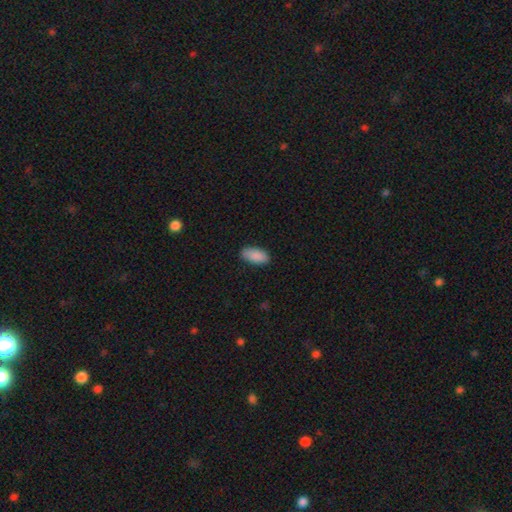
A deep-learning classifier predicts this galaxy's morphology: smooth-or-featured: smooth: 90% | star or artifact: 6% | featured or disk: 4%
  how-rounded: in between: 92% | cigar-shaped: 6% | round: 2%
  merging: none: 85% | minor disturbance: 12% | major disturbance: 2% | merger: 1%